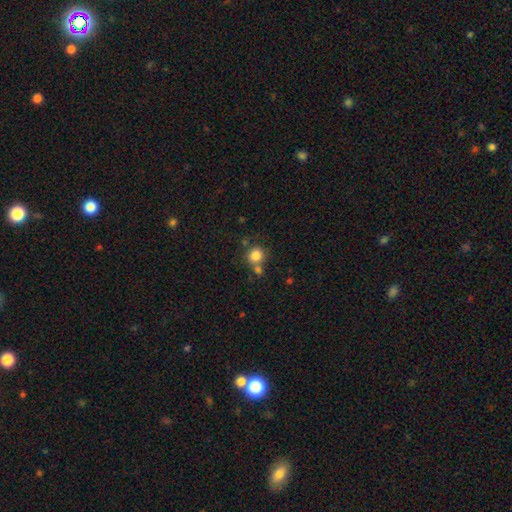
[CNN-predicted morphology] Q: Smooth or featured?
A: smooth (83%); runner-up: star or artifact (11%)
Q: How rounded?
A: round (88%); runner-up: in between (11%)
Q: Merging?
A: none (63%); runner-up: merger (23%)